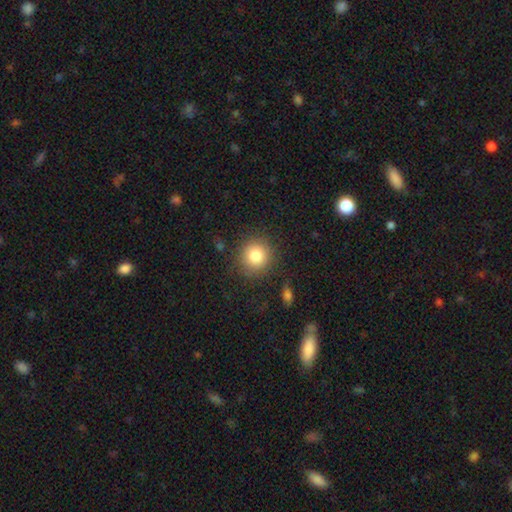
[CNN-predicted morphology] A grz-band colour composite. It shows a smooth galaxy with no disk features (82%) that is round (91%). Merging: none (86%).